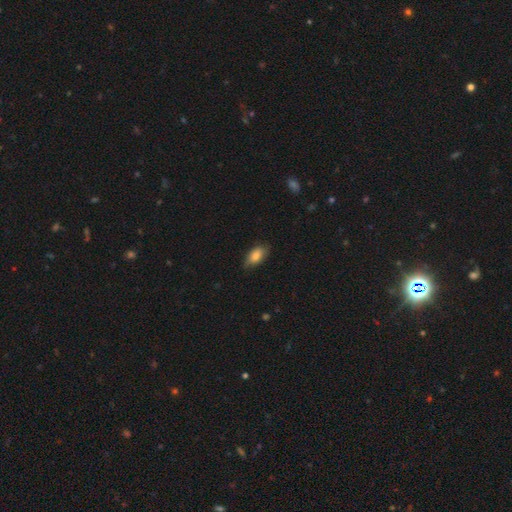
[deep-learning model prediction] Overall: smooth (81%). How rounded: in between (90%). Merging: none (70%).